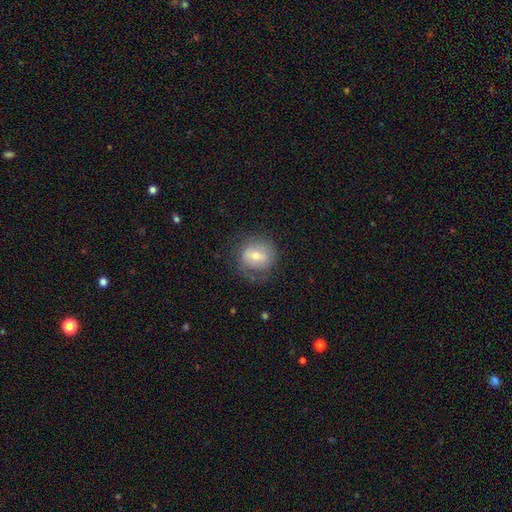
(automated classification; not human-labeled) A smooth galaxy with no disk features (57%) that is round (80%). Merging: none (71%).